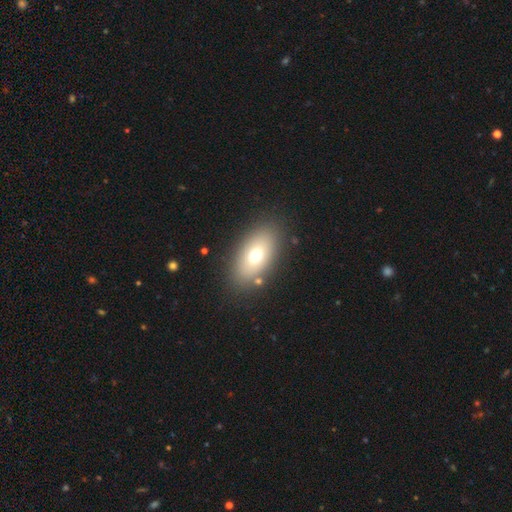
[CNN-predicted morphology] This is likely a smooth galaxy (68%). How rounded: clearly in between (88%). Merging: clearly none (83%).